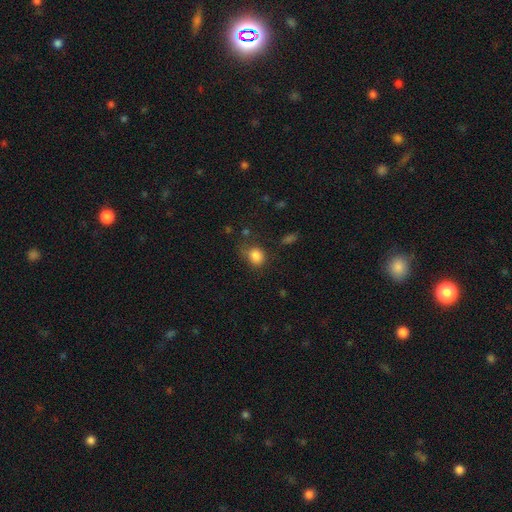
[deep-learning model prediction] A smooth galaxy with no disk features (84%) that is round (57%).

Vote fractions:
- Smooth or featured? smooth: 84% / star or artifact: 11% / featured or disk: 5%
- How rounded? round: 57% / in between: 42% / cigar-shaped: 1%
- Merging? none: 60% / minor disturbance: 26% / major disturbance: 11% / merger: 4%